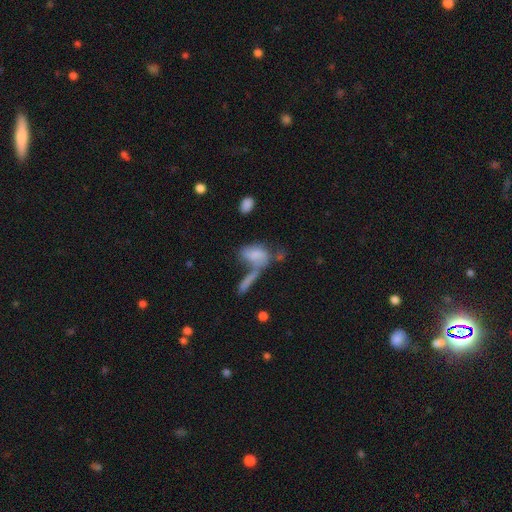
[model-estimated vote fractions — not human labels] Smooth or featured?
  - smooth: 65% *
  - featured or disk: 25%
  - star or artifact: 10%
How rounded?
  - in between: 84% *
  - cigar-shaped: 8%
  - round: 8%
Merging?
  - merger: 48% *
  - none: 24%
  - major disturbance: 15%
  - minor disturbance: 12%